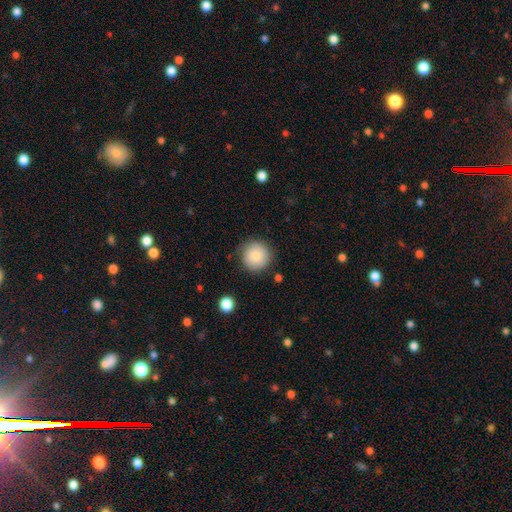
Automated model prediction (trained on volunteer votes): This appears to be a smooth galaxy with no disk features (83%) that is round (94%). Merging: none (82%).